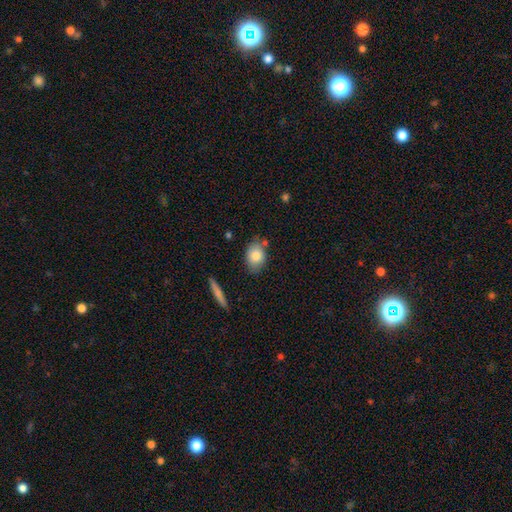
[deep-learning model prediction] Smooth or featured?
  - smooth: 82% *
  - featured or disk: 11%
  - star or artifact: 7%
How rounded?
  - in between: 70% *
  - round: 28%
  - cigar-shaped: 2%
Merging?
  - none: 73% *
  - minor disturbance: 17%
  - merger: 7%
  - major disturbance: 4%